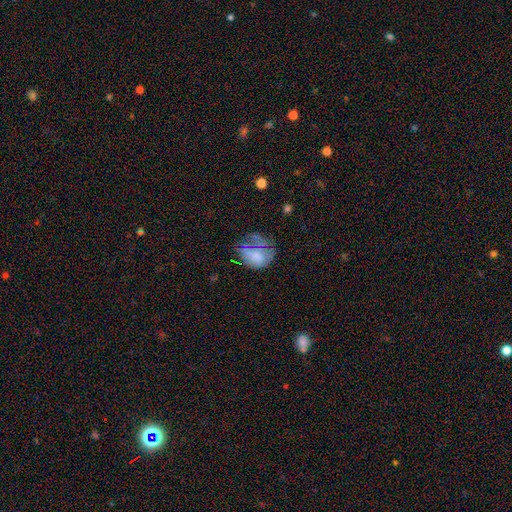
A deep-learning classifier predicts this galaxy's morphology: smooth 62%, featured or disk 27%, star or artifact 11%. Down the decision tree: how rounded — round (50%); merging — major disturbance (36%).